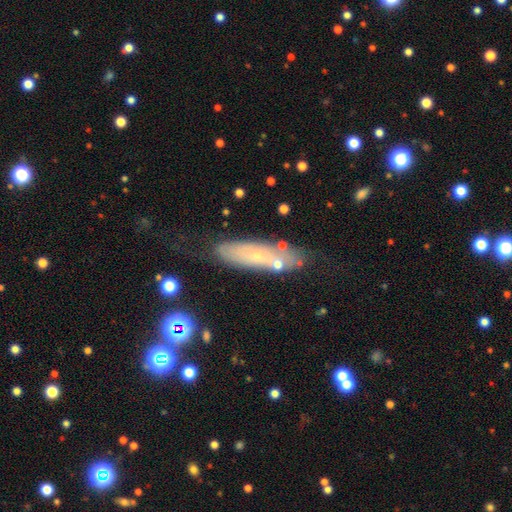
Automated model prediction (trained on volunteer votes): A smooth galaxy with no disk features (45%). Merging: none (65%).